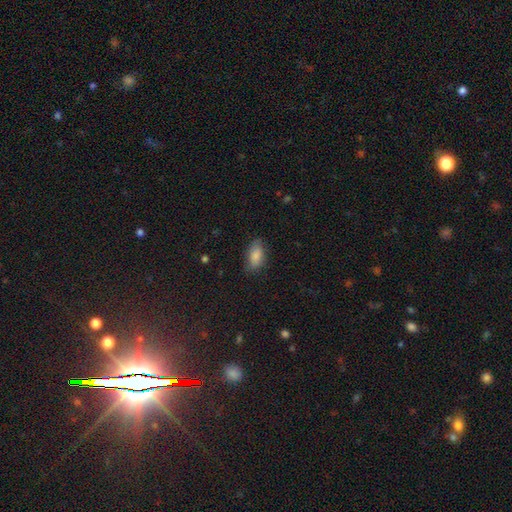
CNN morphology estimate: Smooth or featured? smooth (83%)
How rounded? in between (90%)
Merging? none (75%)